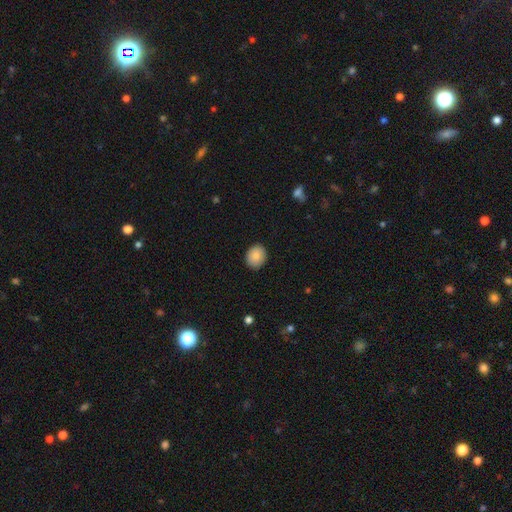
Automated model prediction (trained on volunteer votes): smooth-or-featured: smooth: 86% | star or artifact: 8% | featured or disk: 6%
  how-rounded: round: 61% | in between: 38% | cigar-shaped: 1%
  merging: none: 89% | minor disturbance: 9% | major disturbance: 2% | merger: 1%